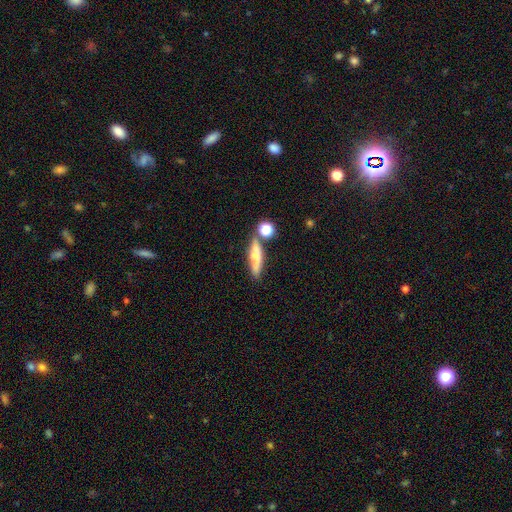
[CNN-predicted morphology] Smooth or featured? Predicted: smooth (p=0.55). How rounded? Predicted: cigar-shaped (p=0.70). Merging? Predicted: none (p=0.69).